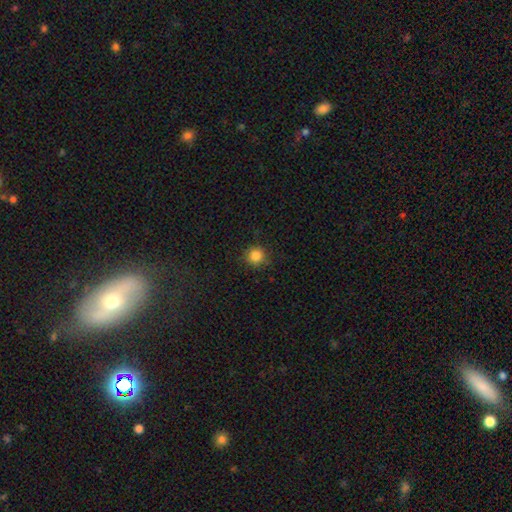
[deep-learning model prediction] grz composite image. It shows a smooth galaxy with no disk features (85%) that is round (94%). Merging: none (88%).